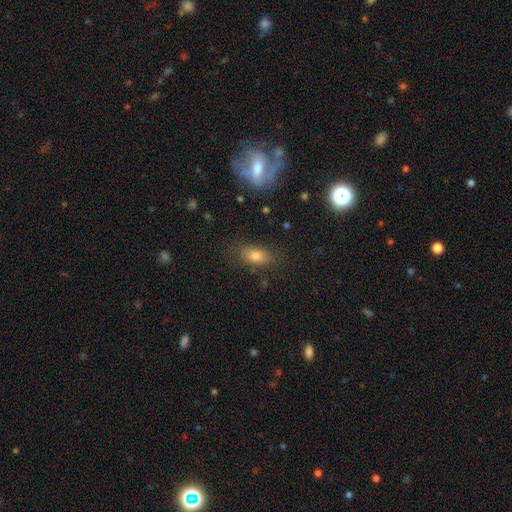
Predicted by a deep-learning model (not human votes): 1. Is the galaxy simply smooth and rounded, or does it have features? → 73% smooth, 14% star or artifact, 13% featured or disk.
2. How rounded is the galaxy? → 82% in between, 12% round, 5% cigar-shaped.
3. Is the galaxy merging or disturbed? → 80% none, 13% minor disturbance, 5% major disturbance, 2% merger.